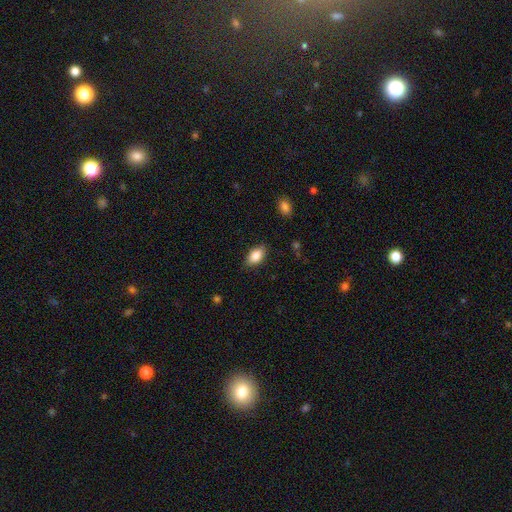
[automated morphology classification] The model was most divided on "merging": none: 83%, minor disturbance: 13%, major disturbance: 3%, merger: 1%. More confident: how rounded — in between (90%); smooth or featured — smooth (84%).